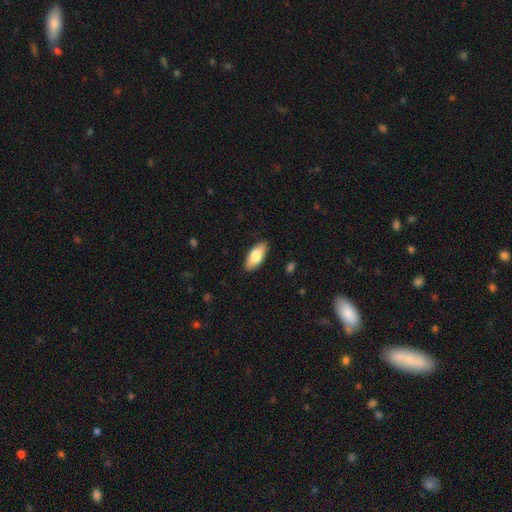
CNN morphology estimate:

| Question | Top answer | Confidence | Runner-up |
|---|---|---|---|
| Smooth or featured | smooth | 79% | featured or disk (15%) |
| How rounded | in between | 88% | cigar-shaped (10%) |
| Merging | none | 88% | minor disturbance (9%) |